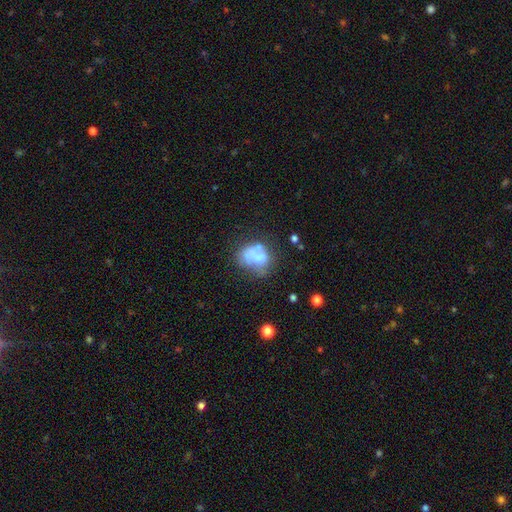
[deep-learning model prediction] This is possibly a smooth galaxy (48%). Merging: marginally none (33%).